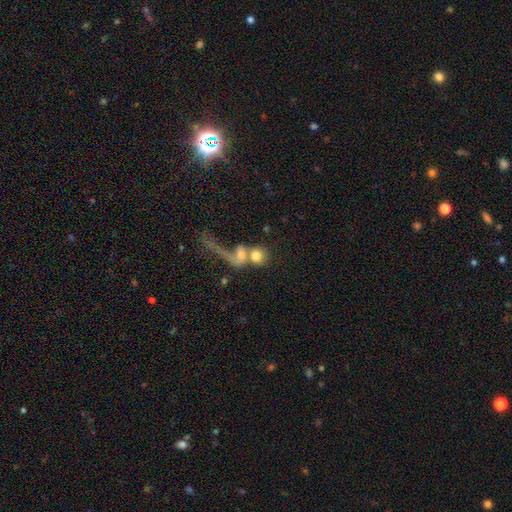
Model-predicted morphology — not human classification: A smooth galaxy with no disk features (67%) that is round (72%). Merging: merger (61%).